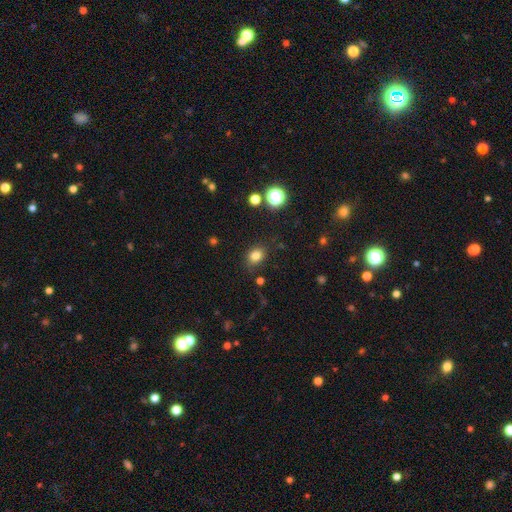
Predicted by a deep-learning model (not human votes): Smooth or featured?
  - smooth: 80% *
  - star or artifact: 14%
  - featured or disk: 6%
How rounded?
  - in between: 50% *
  - round: 49%
  - cigar-shaped: 1%
Merging?
  - none: 81% *
  - minor disturbance: 13%
  - major disturbance: 4%
  - merger: 3%